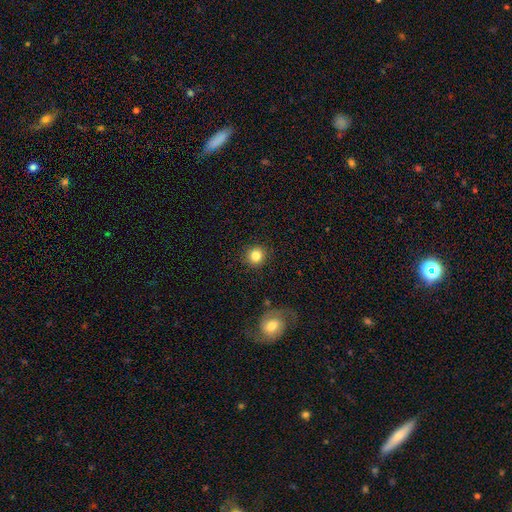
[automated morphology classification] Overall: smooth (83%). How rounded: round (92%). Merging: none (89%).